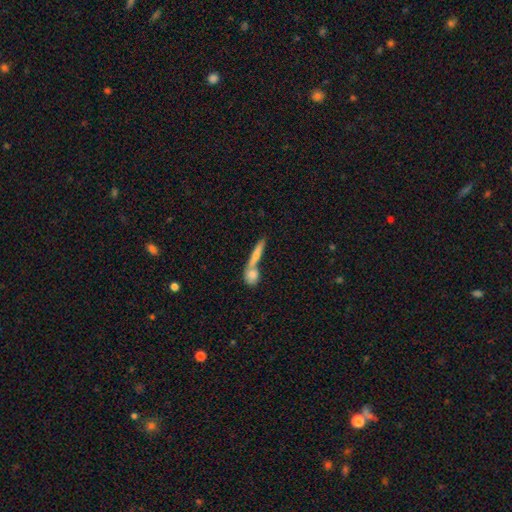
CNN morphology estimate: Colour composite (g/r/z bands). It shows a smooth galaxy with no disk features (56%) that is cigar-shaped (74%). Merging: none (46%).